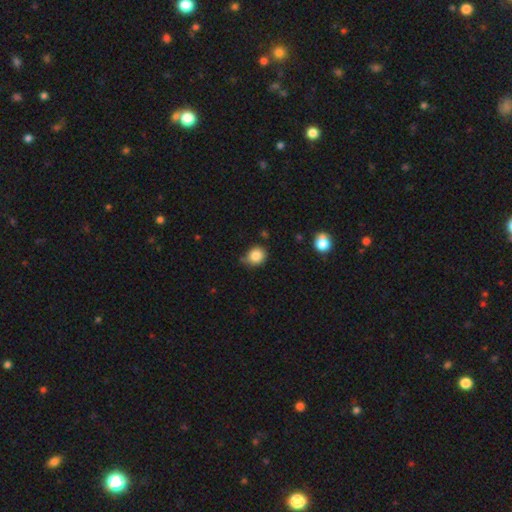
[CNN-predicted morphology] type=smooth (84%); roundness=round (81%); merging=none (65%).